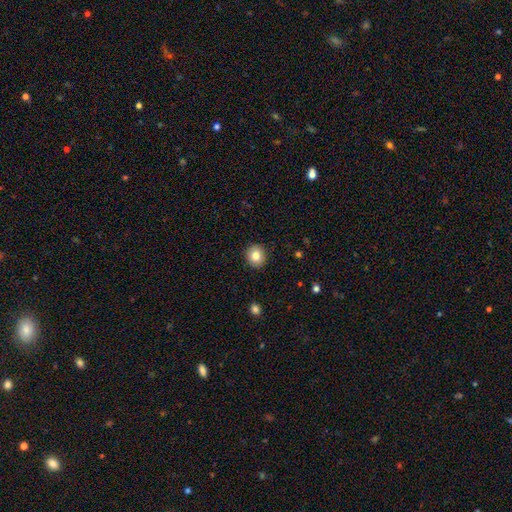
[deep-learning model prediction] This is clearly a smooth galaxy (82%). How rounded: clearly round (88%). Merging: clearly none (92%).